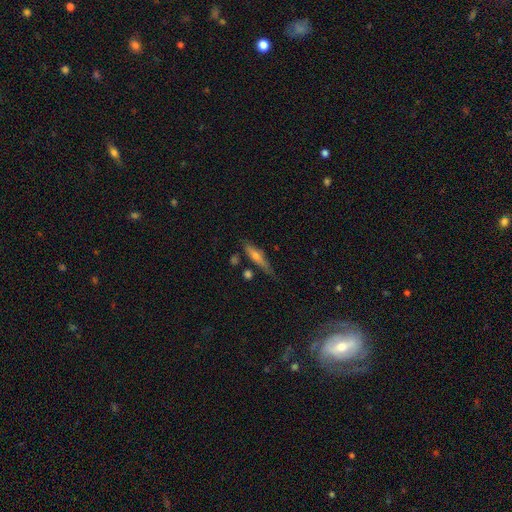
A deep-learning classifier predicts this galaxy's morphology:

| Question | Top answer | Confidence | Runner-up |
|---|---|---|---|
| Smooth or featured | featured or disk | 55% | smooth (34%) |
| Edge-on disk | yes | 85% | no (15%) |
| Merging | none | 73% | minor disturbance (17%) |